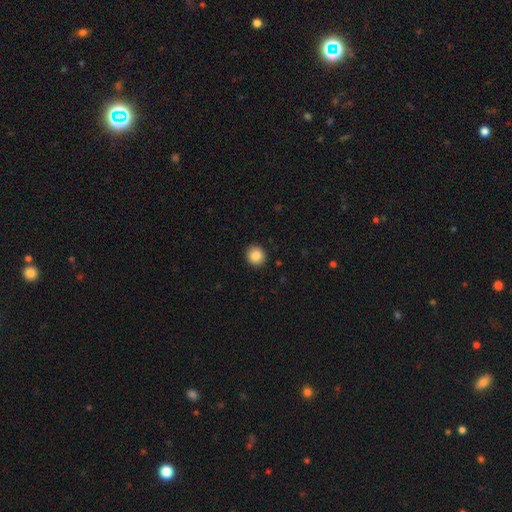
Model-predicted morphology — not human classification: Smooth or featured: smooth — 87% (star or artifact — 9%)
How rounded: round — 88% (in between — 11%)
Merging: none — 92% (minor disturbance — 6%)